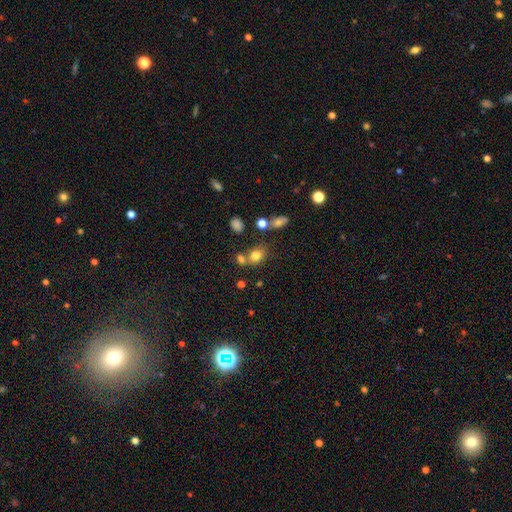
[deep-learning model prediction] smooth_or_featured: smooth (p=0.77) [alt: star or artifact p=0.14]
how_rounded: in between (p=0.50) [alt: round p=0.49]
merging: none (p=0.58) [alt: merger p=0.23]